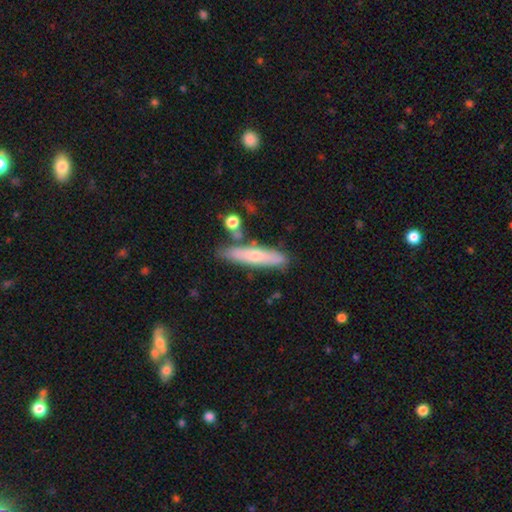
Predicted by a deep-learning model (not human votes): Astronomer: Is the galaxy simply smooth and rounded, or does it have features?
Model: featured or disk — 52% (runner-up: smooth, 39%).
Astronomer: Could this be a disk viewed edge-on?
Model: yes — 89%.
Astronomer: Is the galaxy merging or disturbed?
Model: none — 79%.